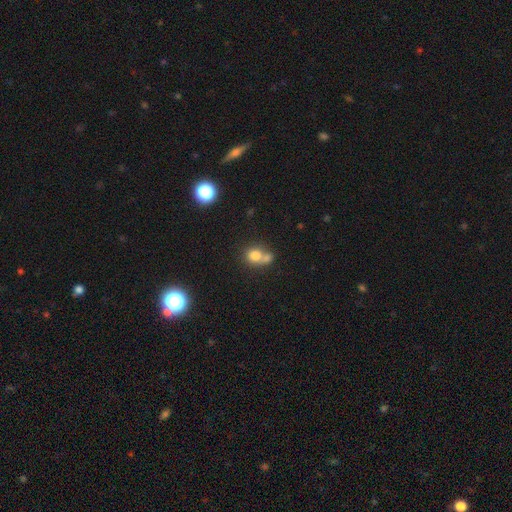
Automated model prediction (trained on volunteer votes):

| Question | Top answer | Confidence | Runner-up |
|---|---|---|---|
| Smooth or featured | smooth | 76% | featured or disk (13%) |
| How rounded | round | 69% | in between (30%) |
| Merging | merger | 53% | none (33%) |